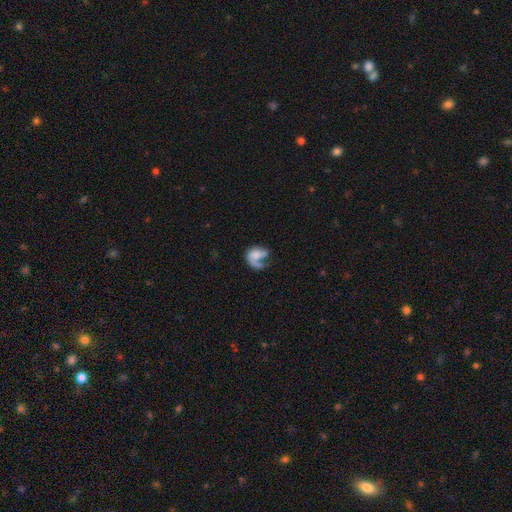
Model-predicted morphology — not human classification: The model was most divided on "bulge size": none: 34%, small: 24%, moderate: 24%, large: 13%, dominant: 4%. Remaining: edge-on disk — no (98%); spiral arms — yes (78%); bar — no (73%); smooth or featured — featured or disk (56%); merging — major disturbance (46%).